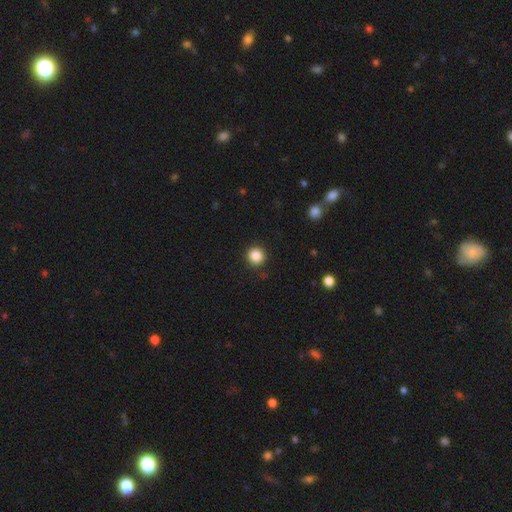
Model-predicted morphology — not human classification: Smooth or featured? Predicted: smooth (p=0.87). How rounded? Predicted: round (p=0.94). Merging? Predicted: none (p=0.91).